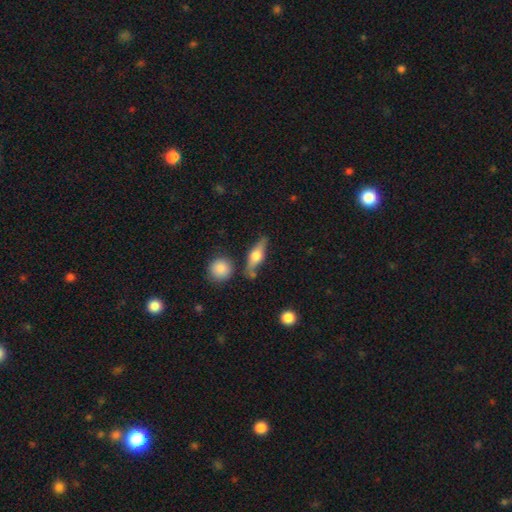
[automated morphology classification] The model was most divided on "smooth or featured": featured or disk: 52%, smooth: 41%, star or artifact: 7%. More confident: edge-on disk — yes (89%); merging — none (73%).